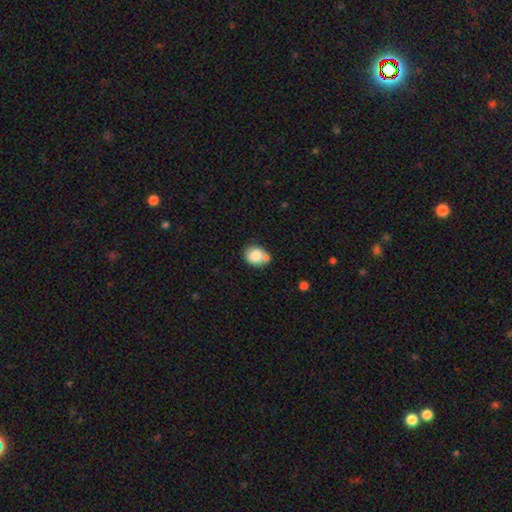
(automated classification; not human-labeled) The model was most divided on "merging": none: 51%, merger: 26%, minor disturbance: 18%, major disturbance: 5%. More confident: smooth or featured — smooth (82%); how rounded — round (66%).